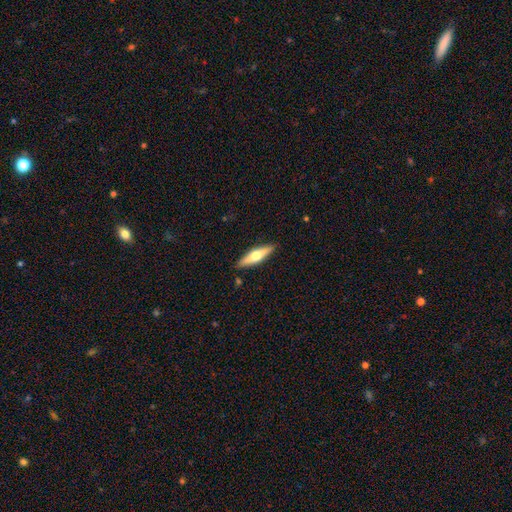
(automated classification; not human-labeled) Morphology: type=featured or disk (52%); edge-on=yes (92%); merging=none (89%).